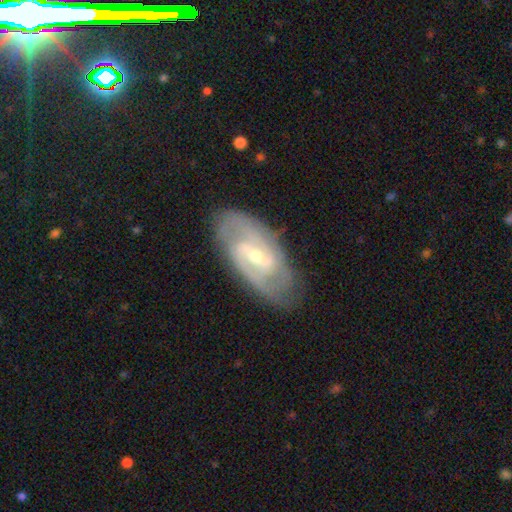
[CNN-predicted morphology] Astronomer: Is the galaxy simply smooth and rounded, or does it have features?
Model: featured or disk — 85%.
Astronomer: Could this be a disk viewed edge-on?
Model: no — 94%.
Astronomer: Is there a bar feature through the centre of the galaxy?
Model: weak — 50% (runner-up: strong, 30%).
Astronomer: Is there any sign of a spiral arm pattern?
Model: yes — 94%.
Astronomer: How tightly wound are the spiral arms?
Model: medium — 46% (runner-up: tight, 42%).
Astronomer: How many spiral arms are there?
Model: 2 — 68%.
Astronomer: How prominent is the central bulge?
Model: small — 59% (runner-up: moderate, 38%).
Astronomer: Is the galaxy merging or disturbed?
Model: none — 80%.